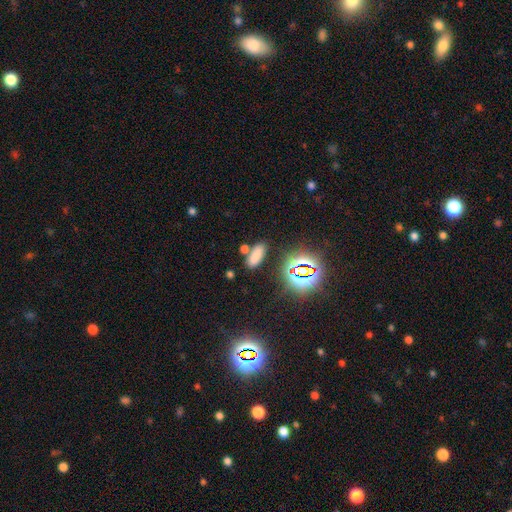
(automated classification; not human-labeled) Smooth or featured?
  - smooth: 72% *
  - star or artifact: 22%
  - featured or disk: 6%
How rounded?
  - in between: 75% *
  - cigar-shaped: 19%
  - round: 6%
Merging?
  - none: 77% *
  - minor disturbance: 10%
  - merger: 9%
  - major disturbance: 4%